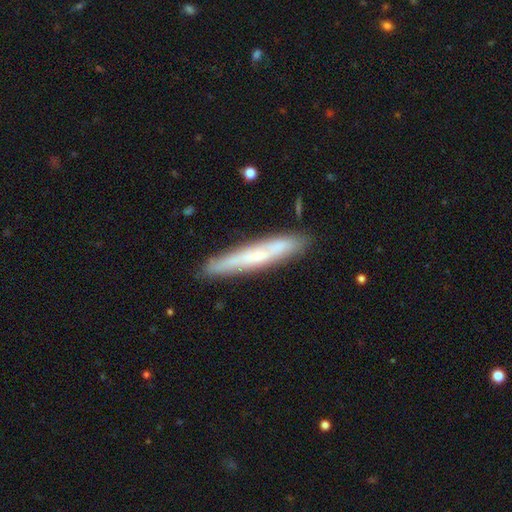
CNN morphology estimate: A featured or disk galaxy (49%). Merging: none (84%).